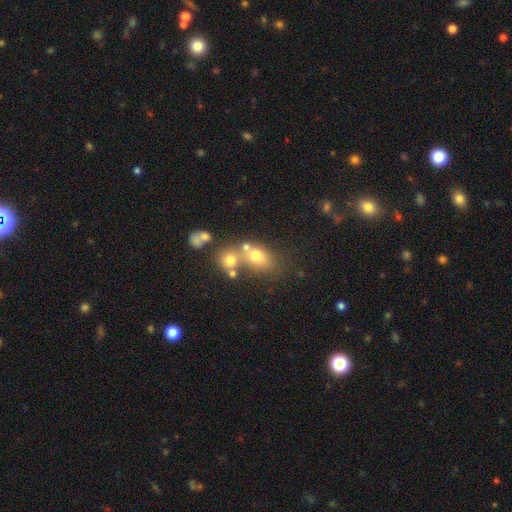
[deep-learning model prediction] A smooth galaxy with no disk features (67%) that is in between round and cigar-shaped (61%). Merging: merger (44%).